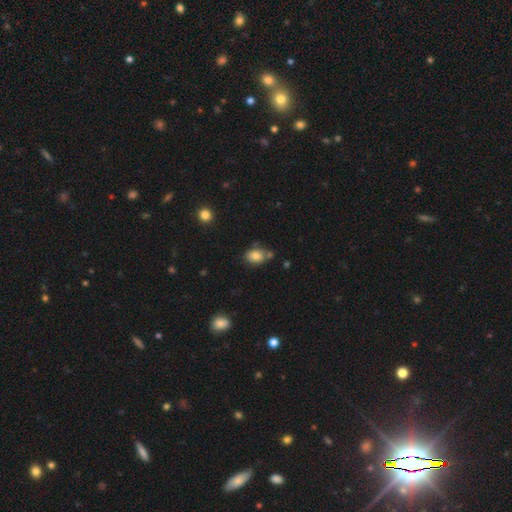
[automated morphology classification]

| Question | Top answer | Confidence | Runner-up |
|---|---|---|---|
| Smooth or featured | smooth | 81% | star or artifact (10%) |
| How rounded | in between | 68% | round (31%) |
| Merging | none | 65% | minor disturbance (17%) |